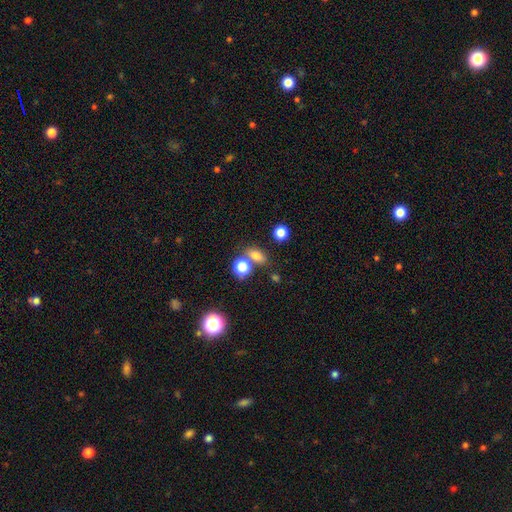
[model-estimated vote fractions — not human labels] smooth 73%, star or artifact 18%, featured or disk 10%. Down the decision tree: how rounded — in between (66%); merging — none (65%).